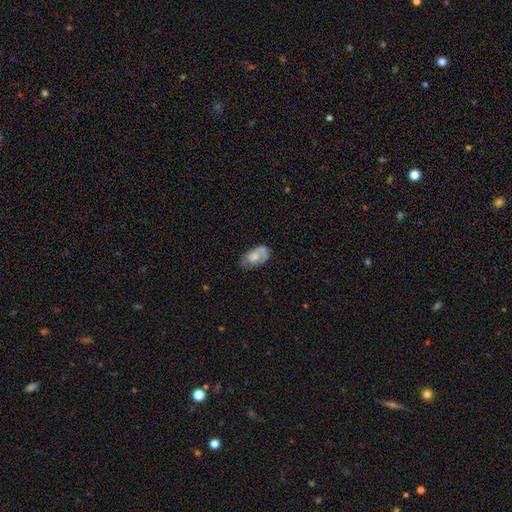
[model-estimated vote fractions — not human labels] smooth_or_featured: smooth (p=0.58) [alt: featured or disk p=0.35]
how_rounded: in between (p=0.91) [alt: round p=0.07]
merging: none (p=0.53) [alt: minor disturbance p=0.31]